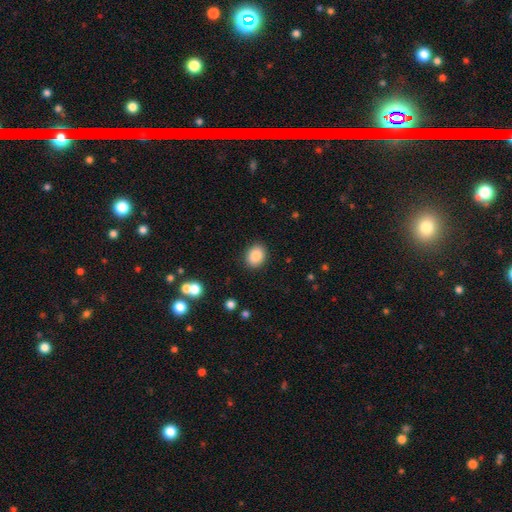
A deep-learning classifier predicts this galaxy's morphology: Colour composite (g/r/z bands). It shows a smooth galaxy with no disk features (86%) that is in between round and cigar-shaped (53%). Merging: none (89%).